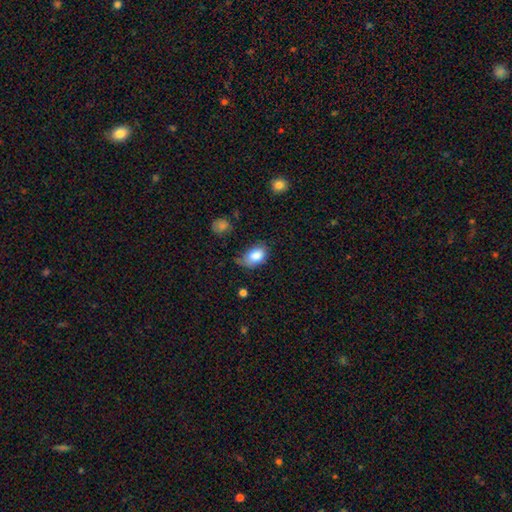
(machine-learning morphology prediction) A smooth galaxy with no disk features (83%) that is in between round and cigar-shaped (85%). Merging: none (41%).